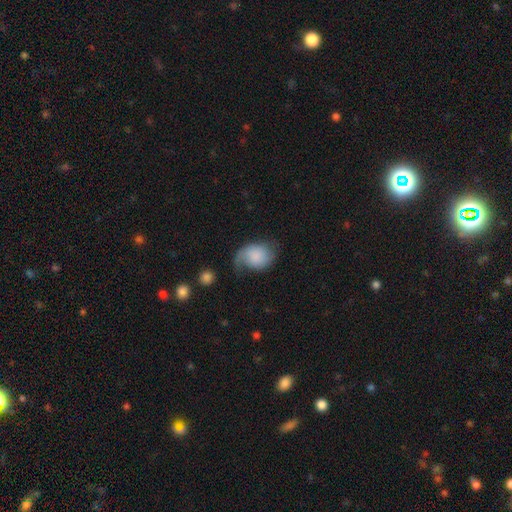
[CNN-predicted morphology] This appears to be a smooth galaxy with no disk features (51%) that is in between round and cigar-shaped (62%). Merging: none (43%).